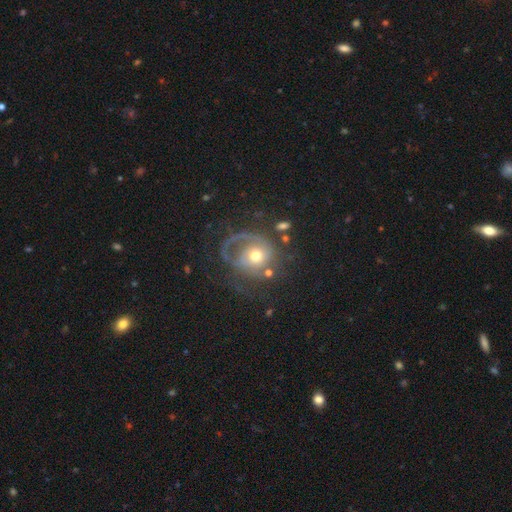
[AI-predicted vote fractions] This is likely a featured or disk galaxy (69%). It is clearly not viewed edge-on (97%). Bar: clearly no (81%). Spiral arm pattern: likely yes (78%). Spiral arm count: likely 1 (64%). Spiral winding: marginally tight (40%). Central bulge: likely moderate (65%). Merging: marginally none (42%).